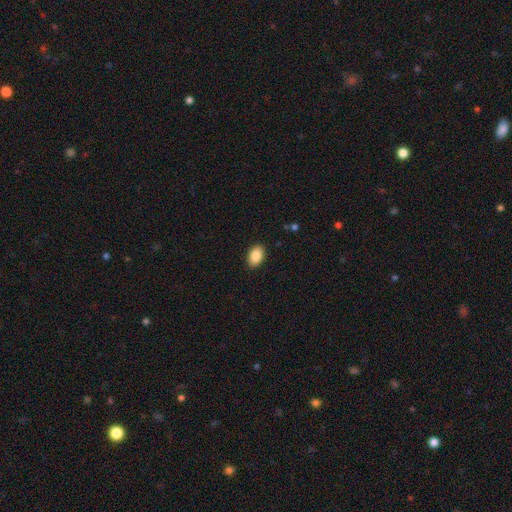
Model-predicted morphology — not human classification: Smooth or featured: smooth — 88% (star or artifact — 7%)
How rounded: in between — 89% (round — 10%)
Merging: none — 90% (minor disturbance — 7%)